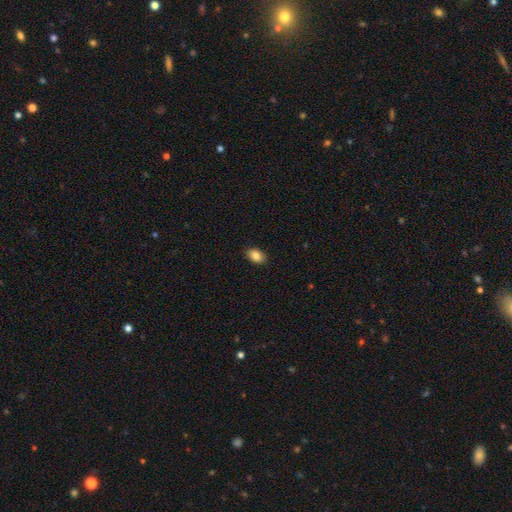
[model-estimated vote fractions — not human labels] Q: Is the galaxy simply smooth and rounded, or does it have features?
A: smooth — 86%.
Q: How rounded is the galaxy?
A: in between — 89%.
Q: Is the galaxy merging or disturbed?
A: none — 90%.